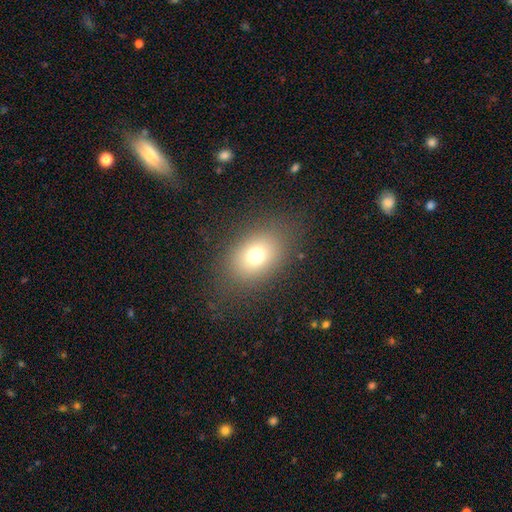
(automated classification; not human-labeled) A smooth galaxy with no disk features (72%) that is in between round and cigar-shaped (69%).

Vote fractions:
- Smooth or featured? smooth: 72% / star or artifact: 15% / featured or disk: 13%
- How rounded? in between: 69% / round: 30% / cigar-shaped: 1%
- Merging? none: 81% / minor disturbance: 11% / major disturbance: 7% / merger: 1%